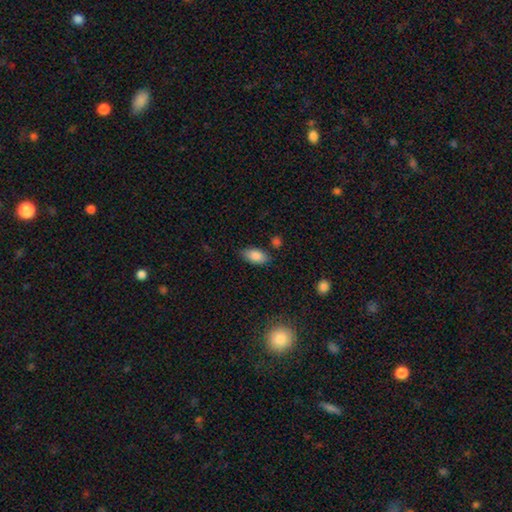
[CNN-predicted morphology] smooth_or_featured: smooth (p=0.85) [alt: star or artifact p=0.08]
how_rounded: in between (p=0.91) [alt: round p=0.04]
merging: none (p=0.78) [alt: minor disturbance p=0.15]